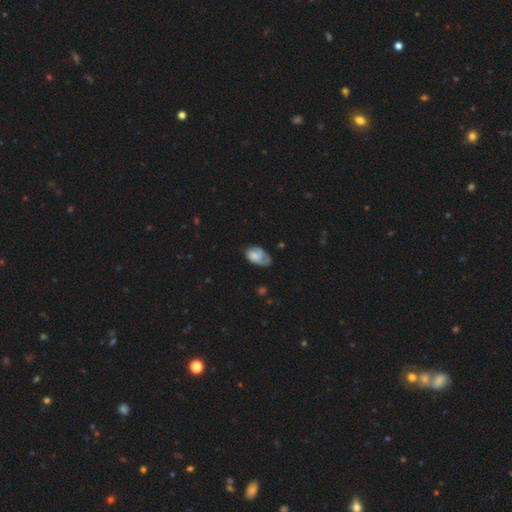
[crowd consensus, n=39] Smooth or featured? smooth (49%)
How rounded? in between (95%)
Merging? none (32%, tied with major disturbance)